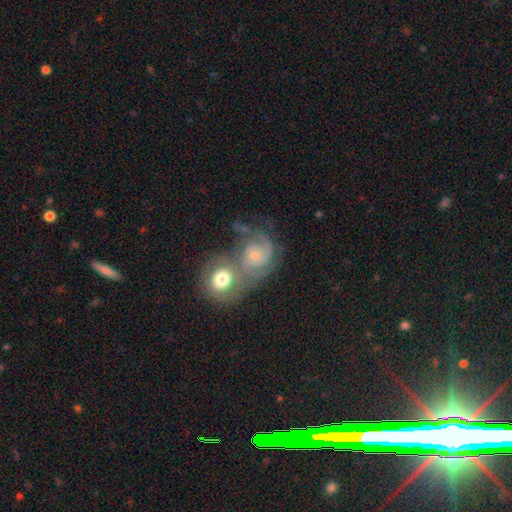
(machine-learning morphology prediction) featured or disk 80%, smooth 13%, star or artifact 6%. Down the decision tree: edge-on disk — no (98%); bar — no (72%); spiral arms — yes (96%); spiral arm count — 2 (55%); spiral winding — tight (56%); bulge size — small (58%); merging — merger (49%).